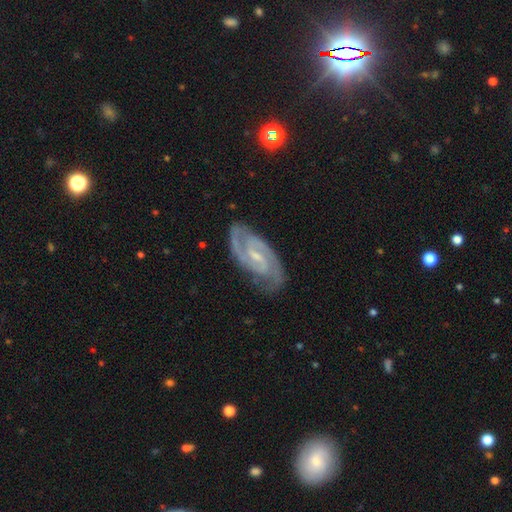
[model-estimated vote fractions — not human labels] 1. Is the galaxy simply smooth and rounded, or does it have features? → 92% featured or disk, 5% star or artifact, 4% smooth.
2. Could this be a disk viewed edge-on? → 97% no, 3% yes.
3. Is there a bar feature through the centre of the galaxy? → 51% weak, 26% strong, 23% no.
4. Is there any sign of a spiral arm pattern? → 99% yes, 1% no.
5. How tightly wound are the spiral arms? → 49% tight, 45% medium, 6% loose.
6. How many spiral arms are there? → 88% 2, 5% 3, 3% can't tell, 1% 4, 1% 1, 1% more than 4.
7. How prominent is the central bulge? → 69% small, 20% moderate, 9% none, 1% large, 1% dominant.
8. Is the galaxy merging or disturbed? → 82% none, 14% minor disturbance, 3% major disturbance, 1% merger.